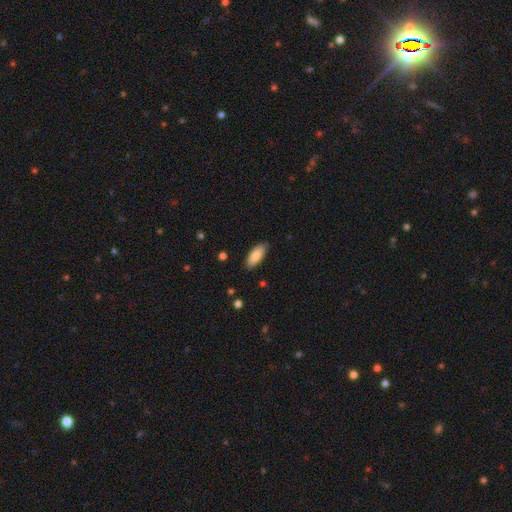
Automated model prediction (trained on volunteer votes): This is clearly a smooth galaxy (84%). How rounded: clearly in between (83%). Merging: clearly none (84%).